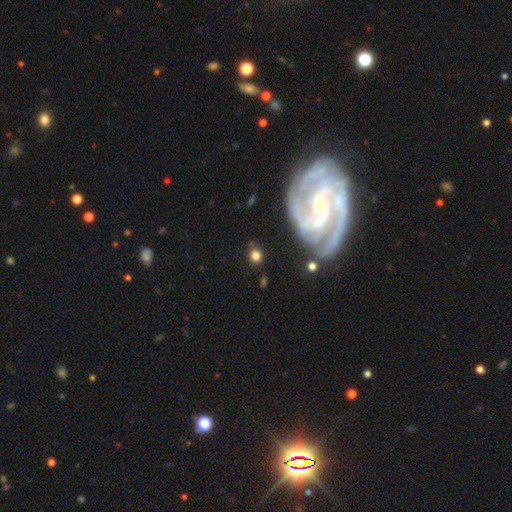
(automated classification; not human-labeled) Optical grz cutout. It shows a smooth galaxy with no disk features (74%) that is round (79%). Merging: none (79%).